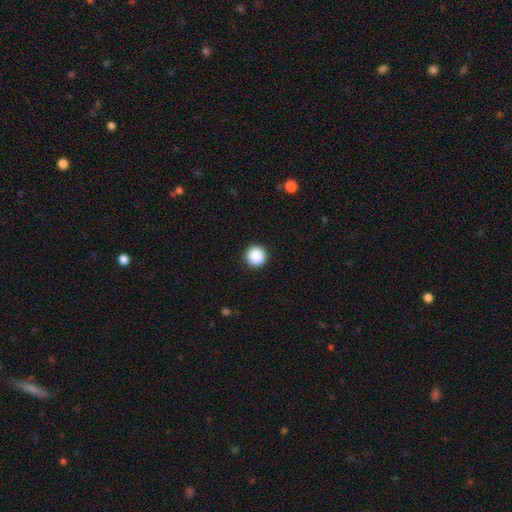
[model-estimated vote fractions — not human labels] A smooth galaxy with no disk features (89%) that is round (96%).

Vote fractions:
- Smooth or featured? smooth: 89% / star or artifact: 9% / featured or disk: 2%
- How rounded? round: 96% / in between: 3% / cigar-shaped: 1%
- Merging? none: 93% / minor disturbance: 4% / major disturbance: 2% / merger: 1%